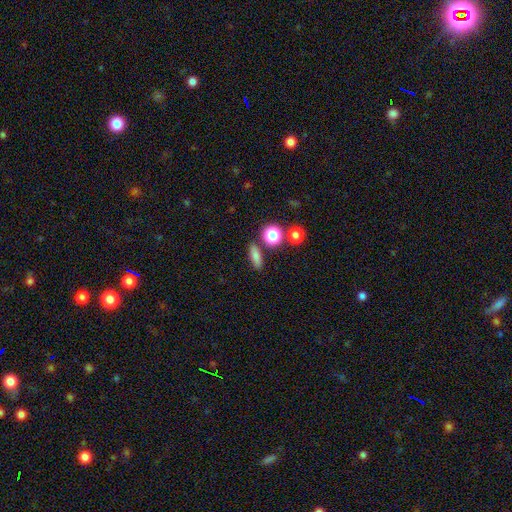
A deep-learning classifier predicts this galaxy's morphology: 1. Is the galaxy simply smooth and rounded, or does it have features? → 76% smooth, 13% star or artifact, 10% featured or disk.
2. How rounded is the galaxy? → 50% in between, 31% cigar-shaped, 19% round.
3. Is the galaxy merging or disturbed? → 82% none, 9% minor disturbance, 6% merger, 3% major disturbance.